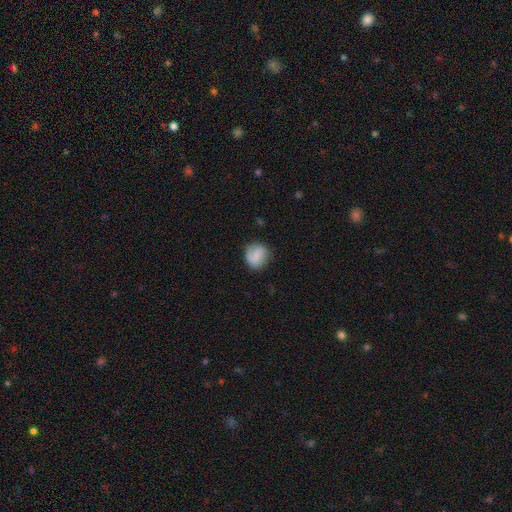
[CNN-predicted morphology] A smooth galaxy with no disk features (68%) that is round (78%). Merging: none (76%).